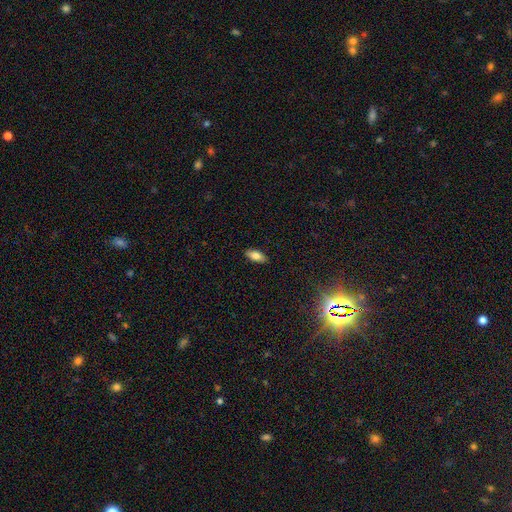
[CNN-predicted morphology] The model was most divided on "how rounded": in between: 83%, cigar-shaped: 15%, round: 2%. More confident: merging — none (89%); smooth or featured — smooth (81%).